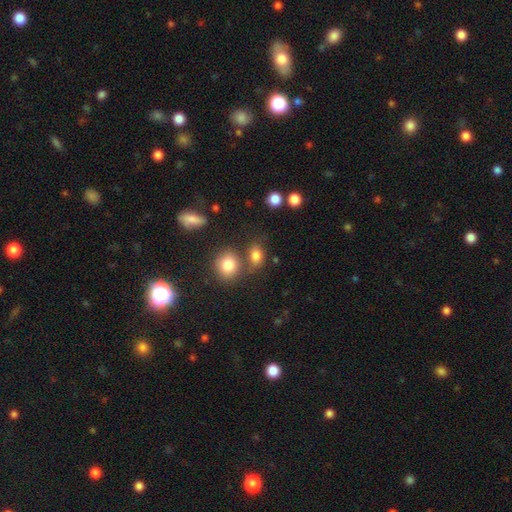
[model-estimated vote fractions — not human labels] smooth 80%, star or artifact 12%, featured or disk 7%. Down the decision tree: how rounded — in between (68%); merging — none (60%).